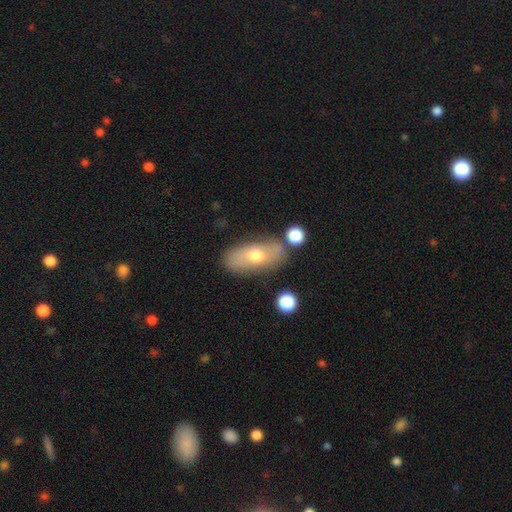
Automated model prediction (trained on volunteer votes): Overall: smooth (53%; featured or disk 37%). How rounded: in between (82%). Merging: none (76%).